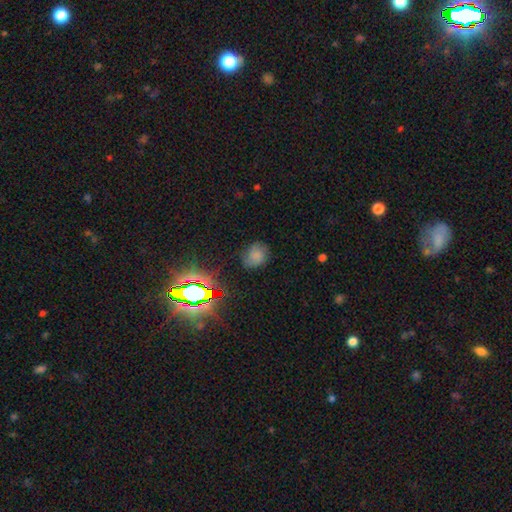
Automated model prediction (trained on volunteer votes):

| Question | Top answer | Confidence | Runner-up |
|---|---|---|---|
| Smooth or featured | smooth | 66% | star or artifact (20%) |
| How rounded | in between | 50% | round (49%) |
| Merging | none | 70% | minor disturbance (22%) |